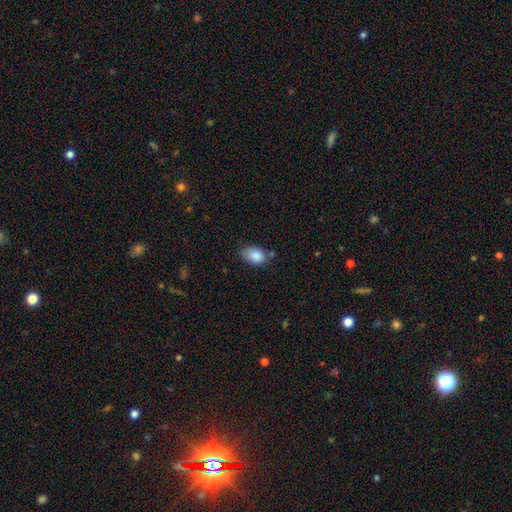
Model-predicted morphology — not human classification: smooth_or_featured: smooth (p=0.86) [alt: star or artifact p=0.08]
how_rounded: in between (p=0.81) [alt: round p=0.17]
merging: none (p=0.53) [alt: minor disturbance p=0.31]